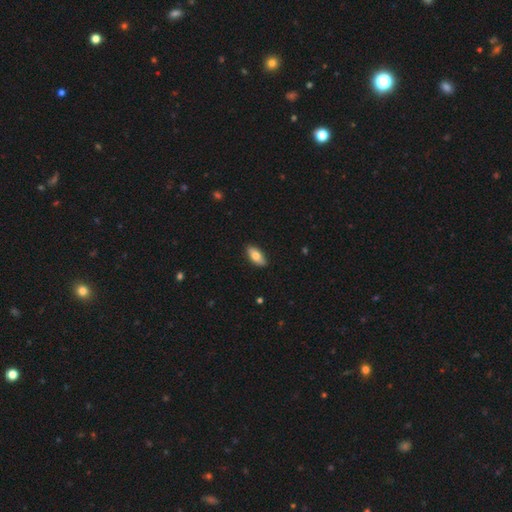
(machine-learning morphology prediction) Smooth or featured: smooth — 75% (featured or disk — 19%)
How rounded: in between — 87% (cigar-shaped — 10%)
Merging: none — 88% (minor disturbance — 10%)